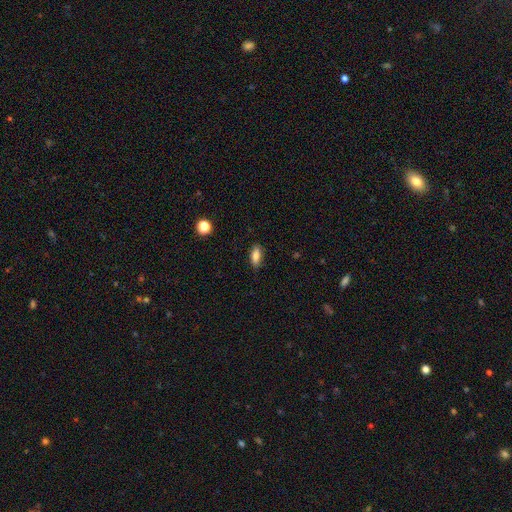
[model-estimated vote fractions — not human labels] Q: Smooth or featured?
A: smooth (82%); runner-up: featured or disk (9%)
Q: How rounded?
A: in between (76%); runner-up: cigar-shaped (20%)
Q: Merging?
A: none (84%); runner-up: minor disturbance (12%)